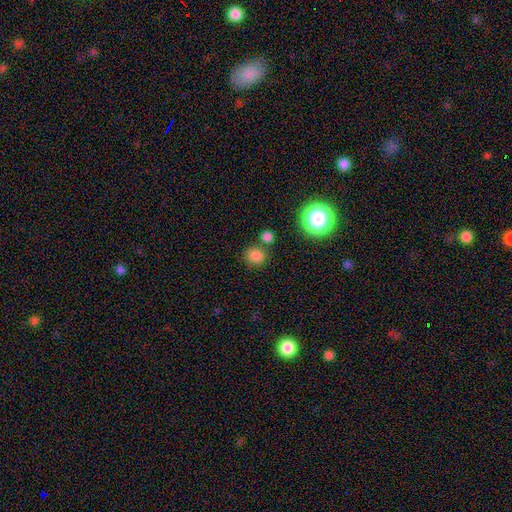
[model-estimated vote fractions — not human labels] A smooth galaxy with no disk features (80%) that is round (86%).

Vote fractions:
- Smooth or featured? smooth: 80% / star or artifact: 16% / featured or disk: 4%
- How rounded? round: 86% / in between: 13% / cigar-shaped: 1%
- Merging? none: 74% / merger: 14% / minor disturbance: 9% / major disturbance: 3%